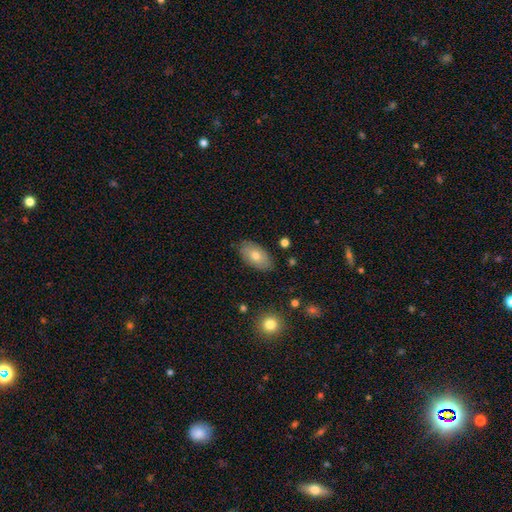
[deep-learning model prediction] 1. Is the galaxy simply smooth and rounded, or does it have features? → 73% smooth, 20% featured or disk, 7% star or artifact.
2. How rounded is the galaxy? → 93% in between, 4% round, 2% cigar-shaped.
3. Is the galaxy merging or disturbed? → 84% none, 12% minor disturbance, 2% major disturbance, 2% merger.